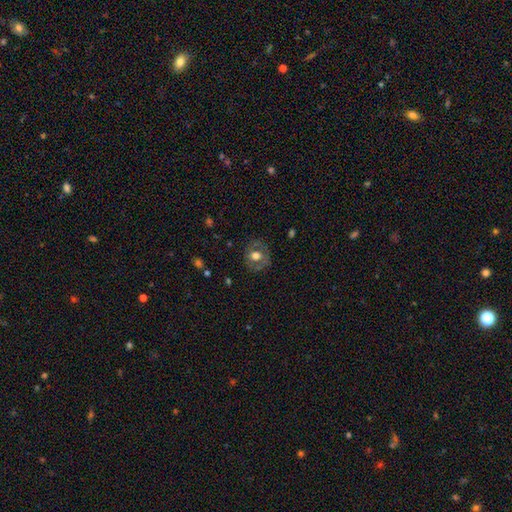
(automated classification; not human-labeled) Smooth or featured? Predicted: smooth (p=0.53). How rounded? Predicted: round (p=0.77). Merging? Predicted: none (p=0.76).